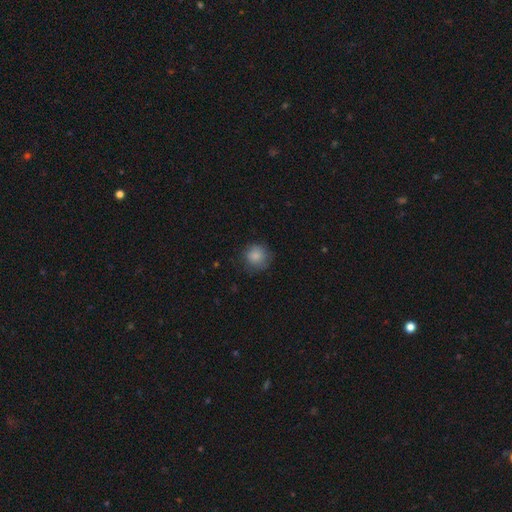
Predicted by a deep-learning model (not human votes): smooth 84%, star or artifact 8%, featured or disk 7%. Down the decision tree: how rounded — round (91%); merging — none (77%).